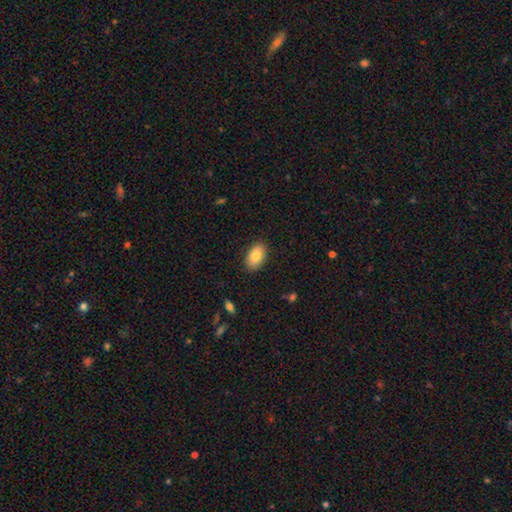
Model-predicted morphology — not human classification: A smooth galaxy with no disk features (84%) that is in between round and cigar-shaped (93%). Merging: none (88%).